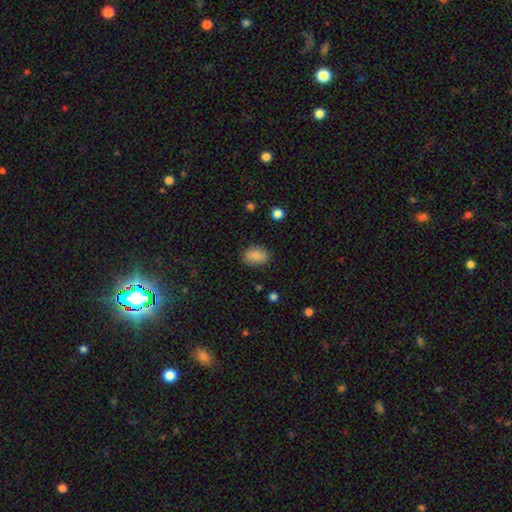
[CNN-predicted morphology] Overall: smooth (86%). How rounded: in between (85%). Merging: none (85%).